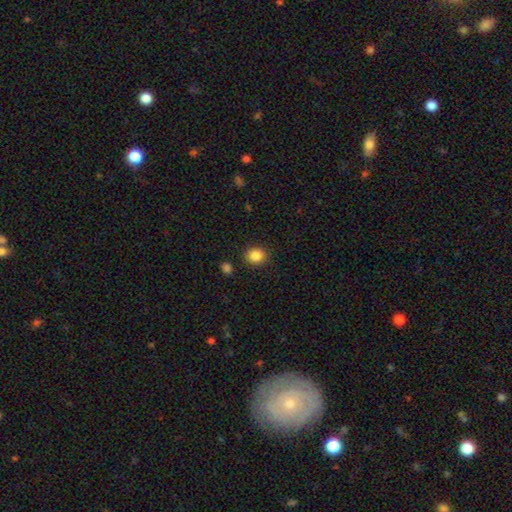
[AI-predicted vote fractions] smooth-or-featured: smooth: 86% | star or artifact: 10% | featured or disk: 4%
  how-rounded: round: 73% | in between: 26% | cigar-shaped: 1%
  merging: none: 88% | minor disturbance: 8% | major disturbance: 2% | merger: 2%